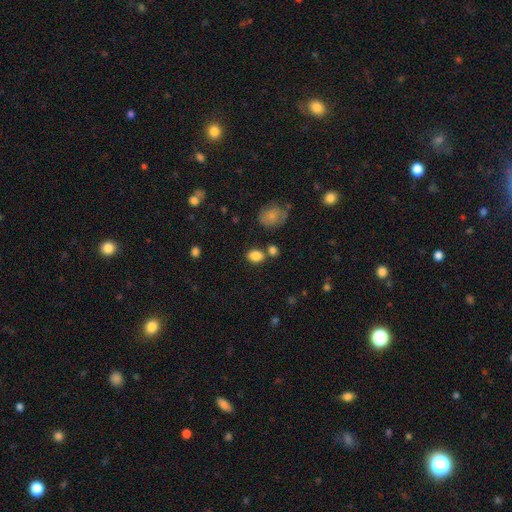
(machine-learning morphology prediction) This appears to be a smooth galaxy with no disk features (84%) that is in between round and cigar-shaped (69%). Merging: none (67%).